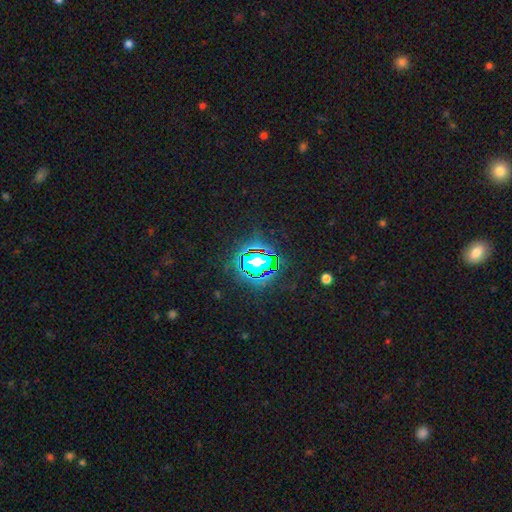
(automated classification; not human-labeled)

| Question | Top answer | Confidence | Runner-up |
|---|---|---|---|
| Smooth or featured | star or artifact | 82% | smooth (11%) |